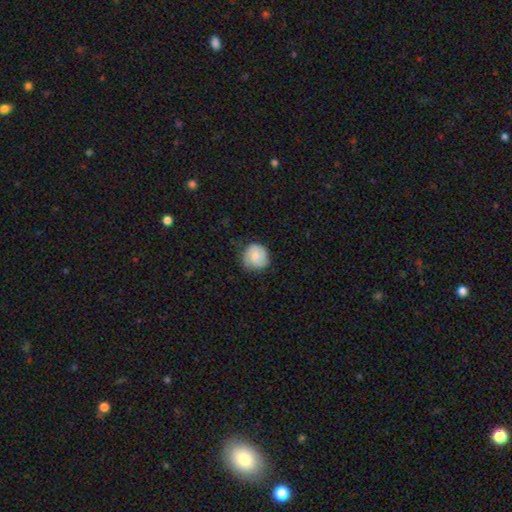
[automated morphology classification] smooth_or_featured: smooth (p=0.78) [alt: featured or disk p=0.16]
how_rounded: round (p=0.90) [alt: in between p=0.09]
merging: none (p=0.72) [alt: minor disturbance p=0.23]